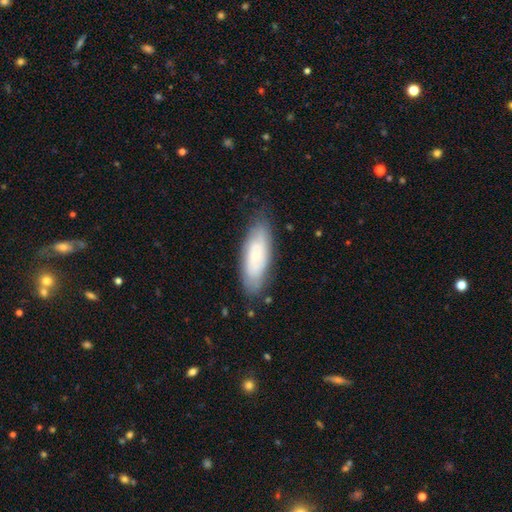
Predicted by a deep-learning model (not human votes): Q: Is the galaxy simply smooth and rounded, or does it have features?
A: smooth — 51%.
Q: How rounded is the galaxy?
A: in between — 65%.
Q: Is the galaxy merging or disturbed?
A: none — 78%.